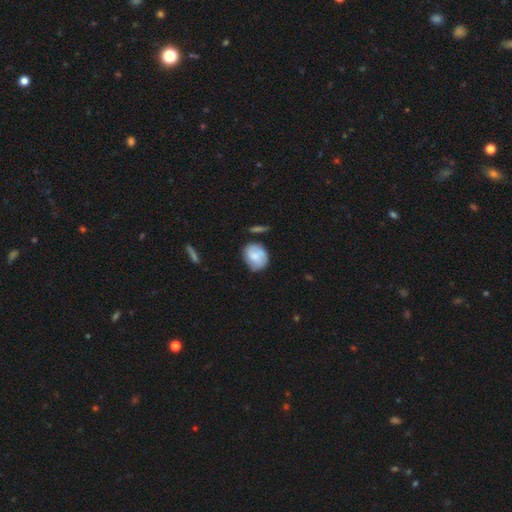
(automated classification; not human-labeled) Smooth or featured? Predicted: smooth (p=0.73). How rounded? Predicted: round (p=0.53). Merging? Predicted: none (p=0.66).